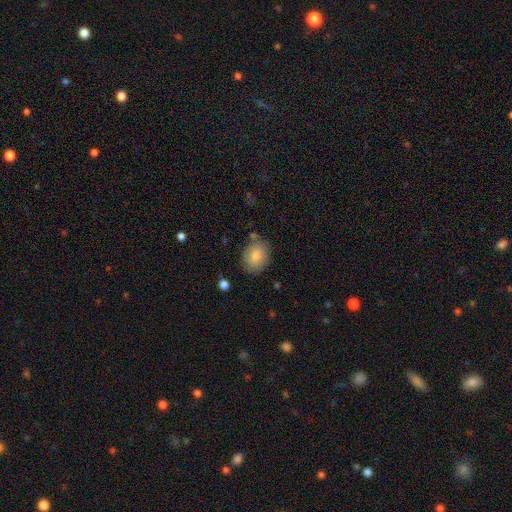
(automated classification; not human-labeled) A smooth galaxy with no disk features (82%) that is in between round and cigar-shaped (57%). Merging: none (78%).